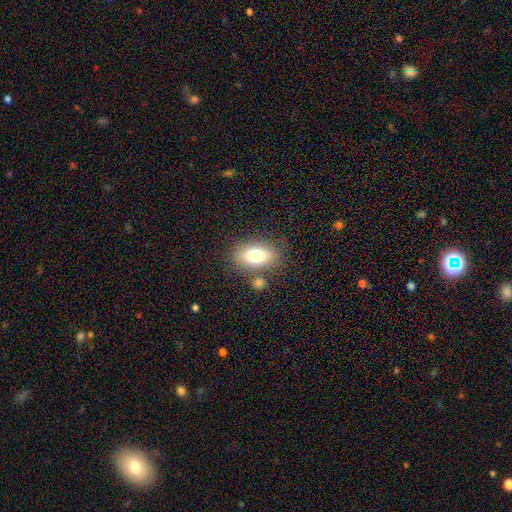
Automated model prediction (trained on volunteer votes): A smooth galaxy with no disk features (77%) that is in between round and cigar-shaped (87%). Merging: none (72%).